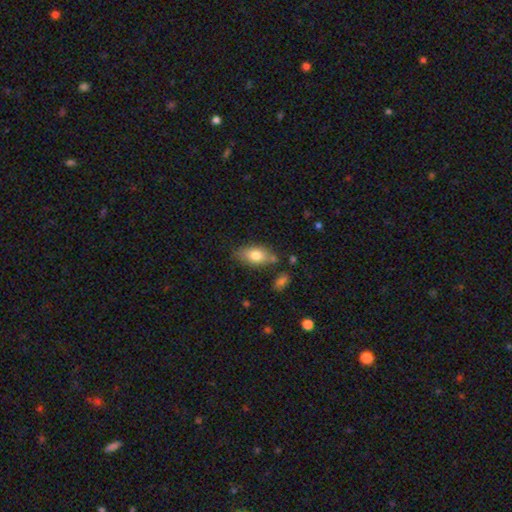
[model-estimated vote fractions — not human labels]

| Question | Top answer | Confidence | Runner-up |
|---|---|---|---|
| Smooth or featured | smooth | 79% | featured or disk (14%) |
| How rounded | in between | 88% | cigar-shaped (6%) |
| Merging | none | 72% | minor disturbance (18%) |